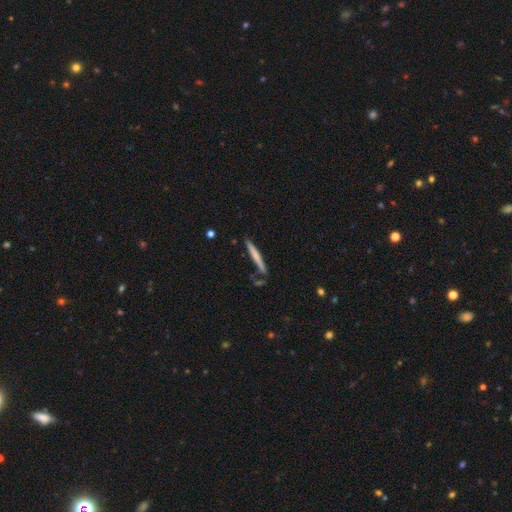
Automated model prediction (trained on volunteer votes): Smooth or featured?
  - smooth: 60% *
  - featured or disk: 34%
  - star or artifact: 6%
How rounded?
  - cigar-shaped: 96% *
  - in between: 3%
  - round: 1%
Merging?
  - none: 80% *
  - minor disturbance: 12%
  - merger: 6%
  - major disturbance: 3%